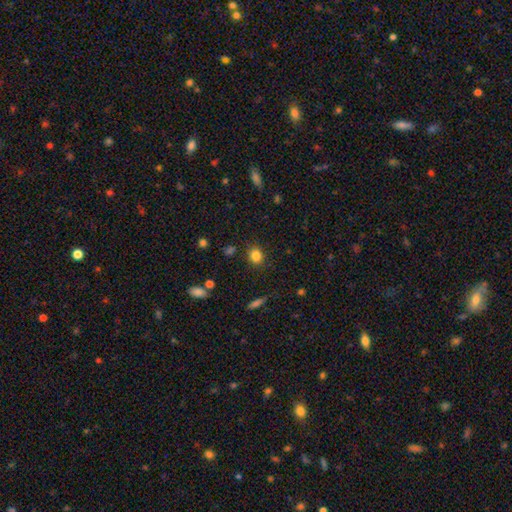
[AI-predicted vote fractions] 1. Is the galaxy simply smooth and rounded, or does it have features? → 83% smooth, 11% star or artifact, 5% featured or disk.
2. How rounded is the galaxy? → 71% round, 28% in between, 1% cigar-shaped.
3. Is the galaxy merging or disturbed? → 86% none, 9% minor disturbance, 3% major disturbance, 2% merger.